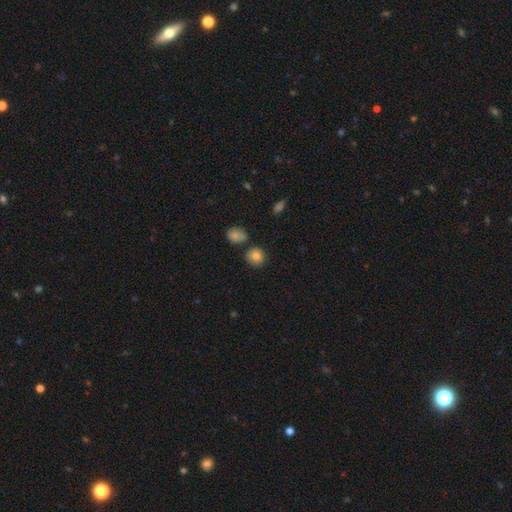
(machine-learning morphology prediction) Smooth or featured? Predicted: smooth (p=0.83). How rounded? Predicted: round (p=0.88). Merging? Predicted: none (p=0.78).